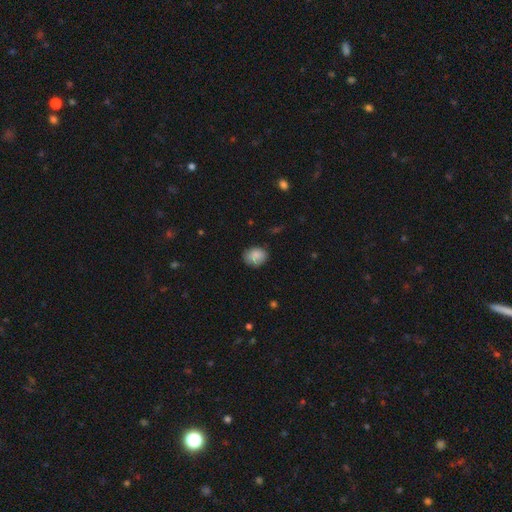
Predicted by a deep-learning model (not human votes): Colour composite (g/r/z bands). It shows a smooth galaxy with no disk features (87%) that is round (51%). Merging: none (77%).